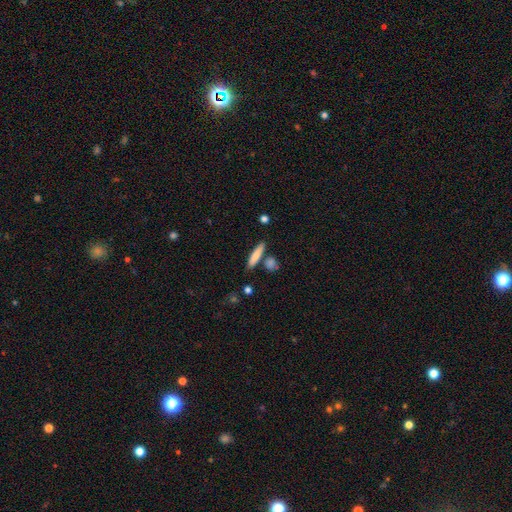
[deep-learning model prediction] Overall: smooth (79%). How rounded: cigar-shaped (84%). Merging: none (80%).